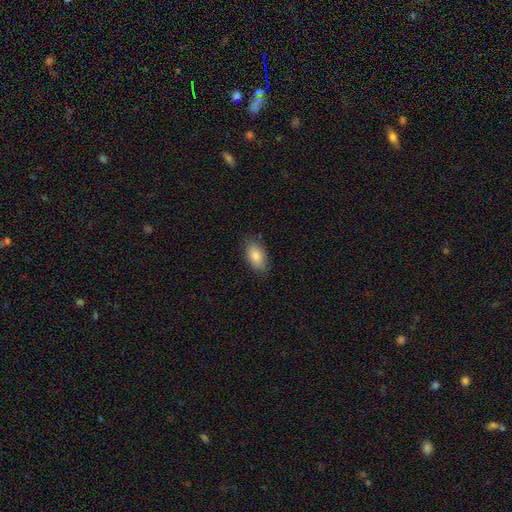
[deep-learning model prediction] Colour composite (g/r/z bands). It shows a smooth galaxy with no disk features (84%) that is in between round and cigar-shaped (93%). Merging: none (82%).